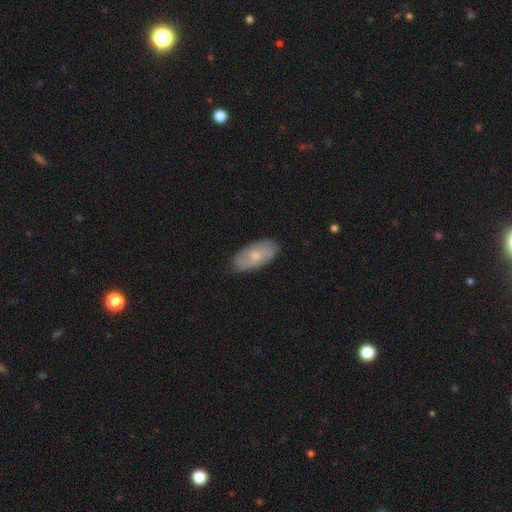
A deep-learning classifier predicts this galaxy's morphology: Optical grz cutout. It shows a smooth galaxy with no disk features (57%) that is in between round and cigar-shaped (92%). Merging: none (82%).